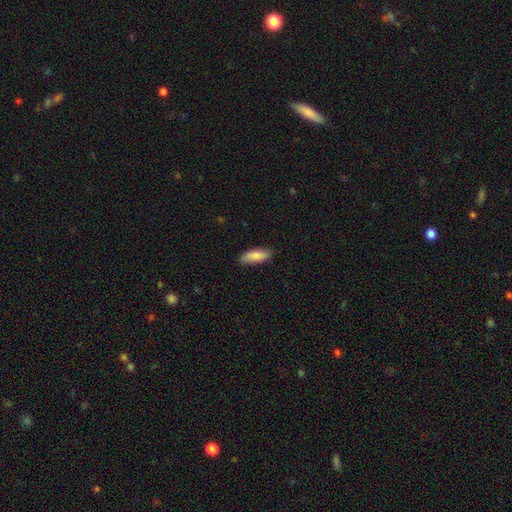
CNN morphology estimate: This appears to be a smooth galaxy with no disk features (84%) that is in between round and cigar-shaped (66%). Merging: none (84%).